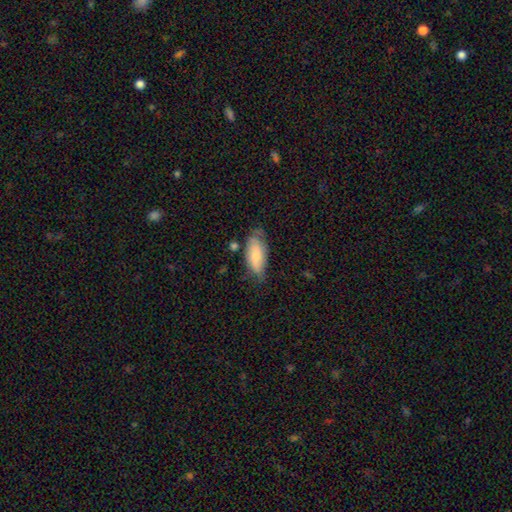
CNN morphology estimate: Q: Smooth or featured?
A: smooth (69%); runner-up: featured or disk (25%)
Q: How rounded?
A: in between (87%); runner-up: cigar-shaped (10%)
Q: Merging?
A: none (55%); runner-up: minor disturbance (33%)